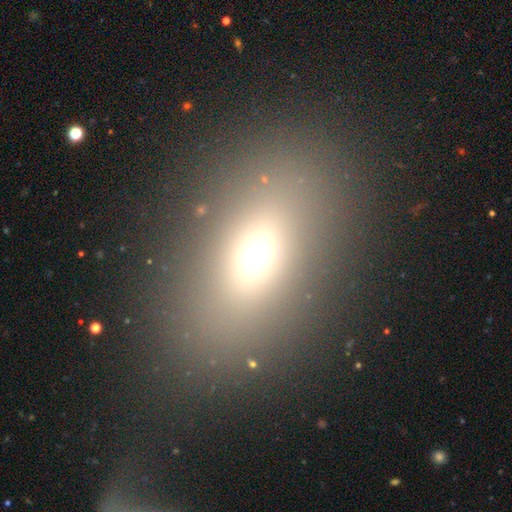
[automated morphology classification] A smooth galaxy with no disk features (65%) that is in between round and cigar-shaped (80%). Merging: none (84%).